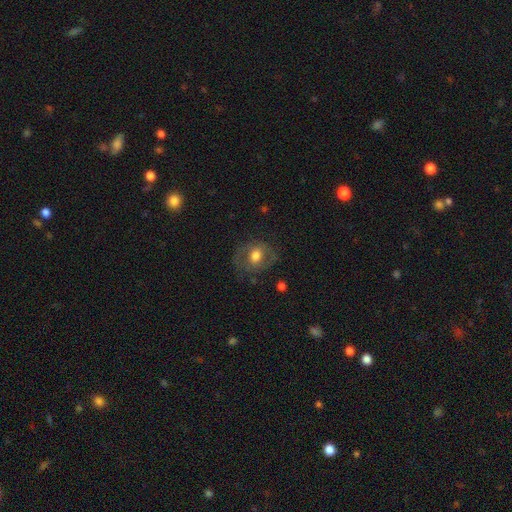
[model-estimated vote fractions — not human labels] This appears to be a smooth galaxy with no disk features (52%) that is round (56%). Merging: none (68%).